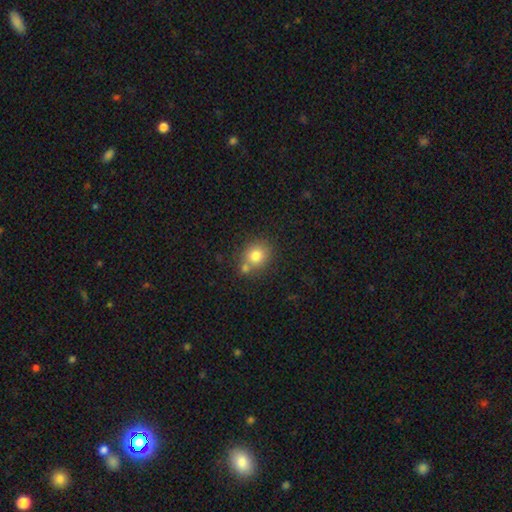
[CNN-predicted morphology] smooth_or_featured: smooth (p=0.78) [alt: star or artifact p=0.11]
how_rounded: round (p=0.76) [alt: in between p=0.24]
merging: none (p=0.60) [alt: merger p=0.25]